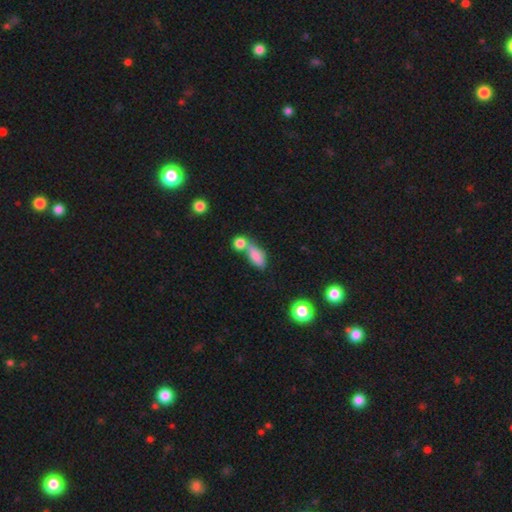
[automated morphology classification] Smooth or featured? smooth (80%)
How rounded? in between (75%)
Merging? merger (43%)